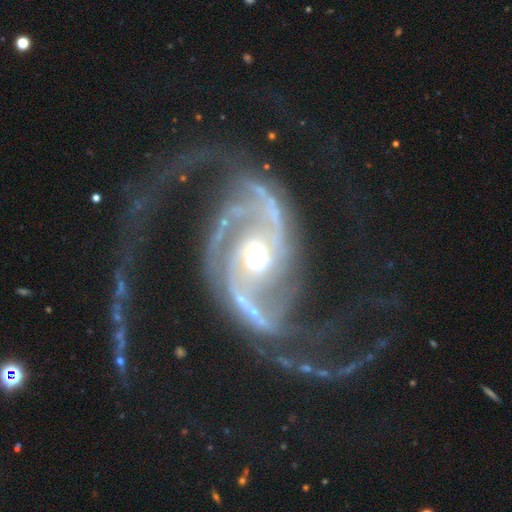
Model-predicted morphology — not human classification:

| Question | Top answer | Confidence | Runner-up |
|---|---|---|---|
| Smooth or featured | featured or disk | 88% | smooth (6%) |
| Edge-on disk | no | 97% | yes (3%) |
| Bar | no | 53% | weak (27%) |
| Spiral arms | yes | 88% | no (12%) |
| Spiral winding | medium | 40% | loose (38%) |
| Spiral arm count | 2 | 66% | can't tell (10%) |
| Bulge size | moderate | 60% | large (25%) |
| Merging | none | 51% | major disturbance (24%) |